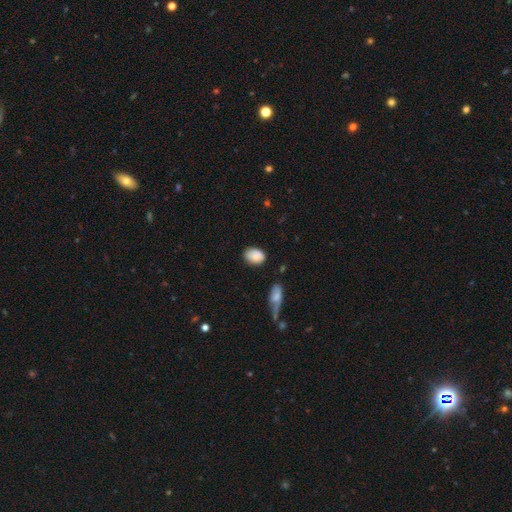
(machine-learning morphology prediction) This appears to be a smooth galaxy with no disk features (87%) that is in between round and cigar-shaped (83%). Merging: none (71%).